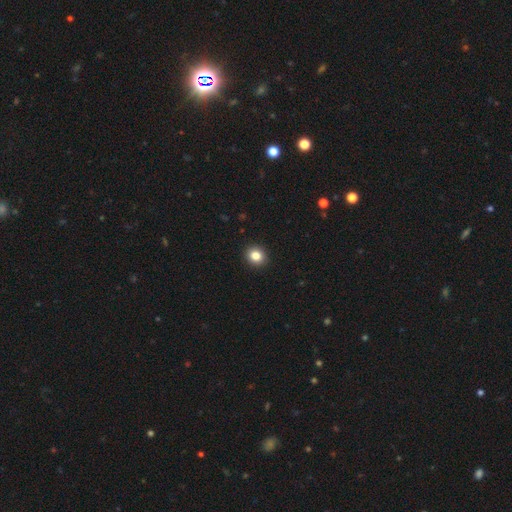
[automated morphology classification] smooth-or-featured: smooth: 84% | star or artifact: 10% | featured or disk: 6%
  how-rounded: round: 80% | in between: 19% | cigar-shaped: 1%
  merging: none: 93% | minor disturbance: 5% | major disturbance: 2% | merger: 1%